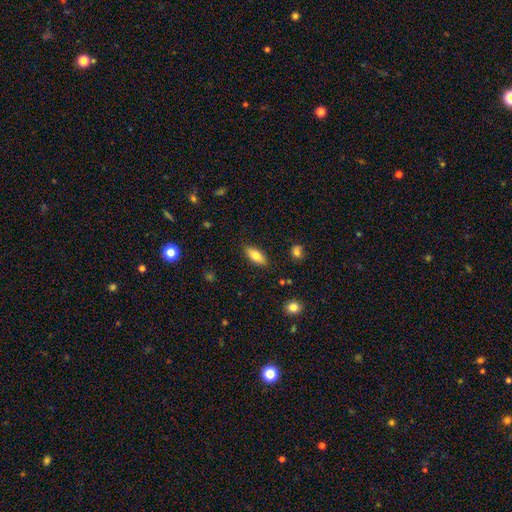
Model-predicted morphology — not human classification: A smooth galaxy with no disk features (75%) that is in between round and cigar-shaped (79%).

Vote fractions:
- Smooth or featured? smooth: 75% / featured or disk: 18% / star or artifact: 7%
- How rounded? in between: 79% / cigar-shaped: 19% / round: 3%
- Merging? none: 86% / minor disturbance: 10% / major disturbance: 2% / merger: 2%